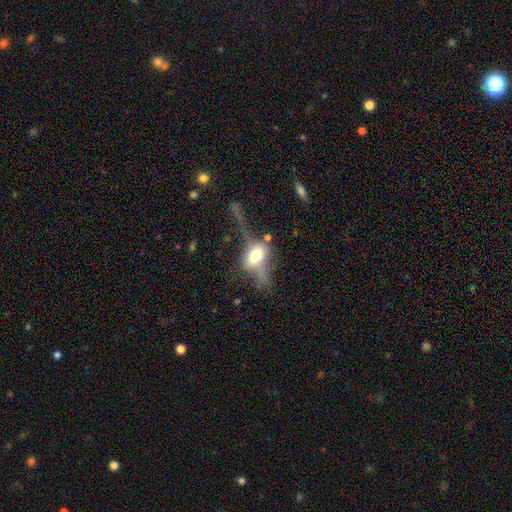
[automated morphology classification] featured or disk 48%, smooth 43%, star or artifact 9%. Down the decision tree: merging — major disturbance (41%).